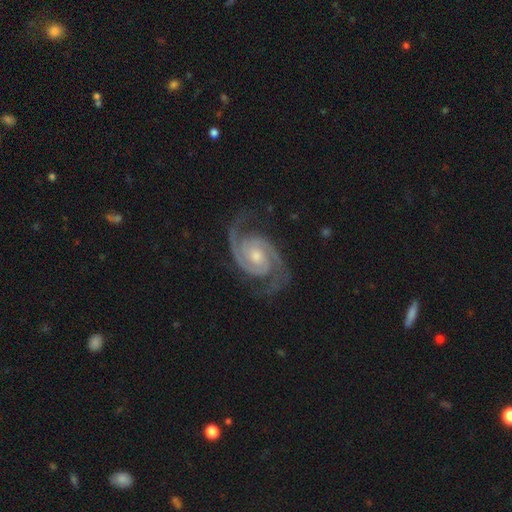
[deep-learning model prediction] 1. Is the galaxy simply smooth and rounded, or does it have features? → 94% featured or disk, 4% star or artifact, 2% smooth.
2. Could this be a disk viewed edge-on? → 98% no, 2% yes.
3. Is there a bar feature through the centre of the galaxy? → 63% no, 29% weak, 8% strong.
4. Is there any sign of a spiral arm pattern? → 99% yes, 1% no.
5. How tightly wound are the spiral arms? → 47% medium (tied), 47% tight (tied), 7% loose.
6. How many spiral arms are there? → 92% 2, 3% 3, 2% can't tell, 1% 1, 1% 4, 1% more than 4.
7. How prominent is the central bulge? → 52% moderate, 42% small, 3% large, 3% none, 1% dominant.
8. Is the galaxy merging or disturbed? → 80% none, 14% minor disturbance, 5% major disturbance, 1% merger.